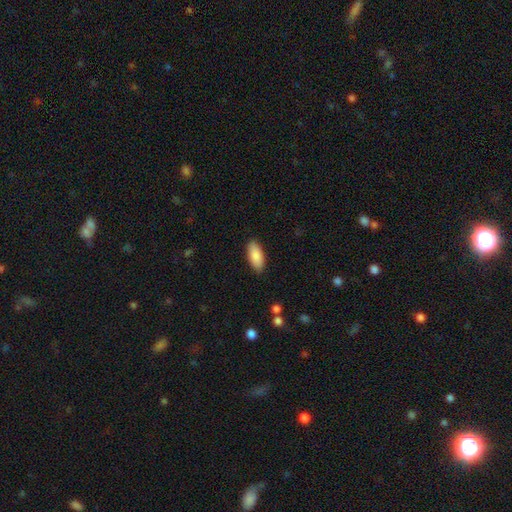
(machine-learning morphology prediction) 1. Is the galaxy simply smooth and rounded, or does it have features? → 88% smooth, 6% featured or disk, 6% star or artifact.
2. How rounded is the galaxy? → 86% in between, 12% cigar-shaped, 2% round.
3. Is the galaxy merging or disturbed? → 88% none, 9% minor disturbance, 2% major disturbance, 1% merger.